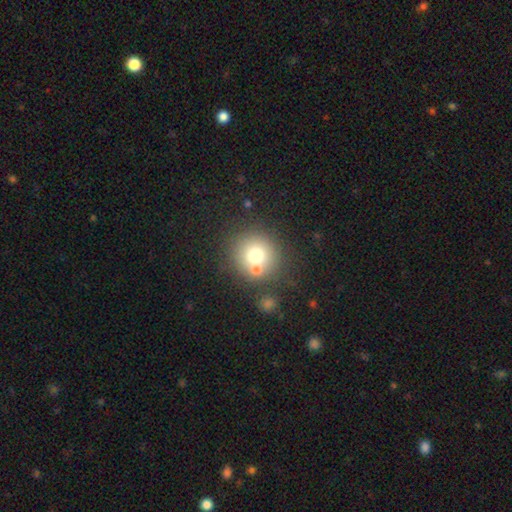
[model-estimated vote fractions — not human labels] Smooth or featured? Predicted: smooth (p=0.70). How rounded? Predicted: round (p=0.91). Merging? Predicted: none (p=0.63).